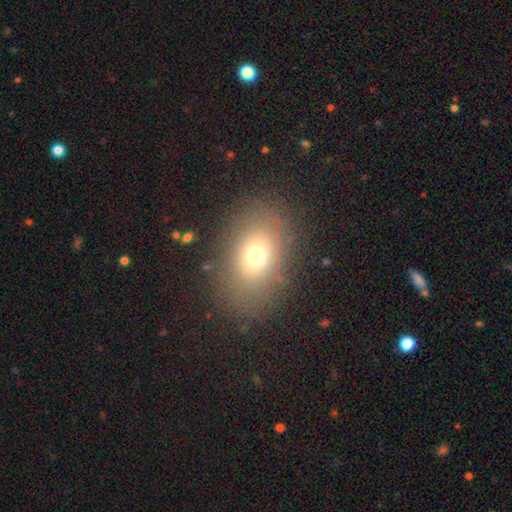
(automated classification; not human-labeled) Smooth or featured: smooth — 69% (featured or disk — 17%)
How rounded: in between — 74% (round — 25%)
Merging: none — 81% (minor disturbance — 11%)